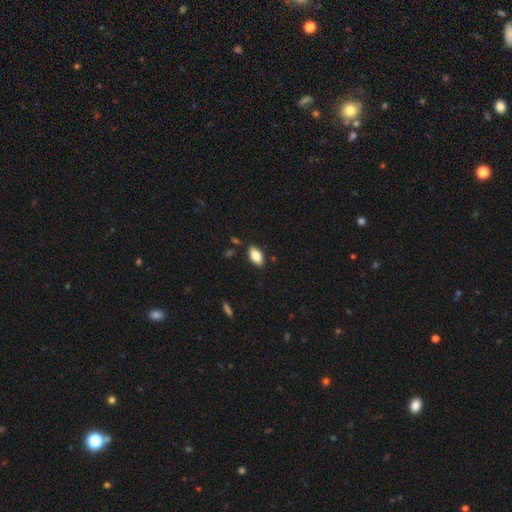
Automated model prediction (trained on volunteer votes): Morphology: type=smooth (80%); roundness=in between (92%); merging=none (87%).